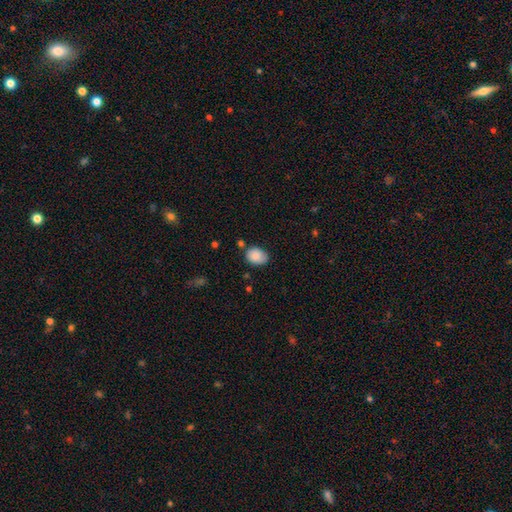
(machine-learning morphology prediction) Smooth or featured?
  - smooth: 86% *
  - star or artifact: 7%
  - featured or disk: 6%
How rounded?
  - in between: 71% *
  - round: 28%
  - cigar-shaped: 1%
Merging?
  - none: 70% *
  - minor disturbance: 21%
  - merger: 5%
  - major disturbance: 4%